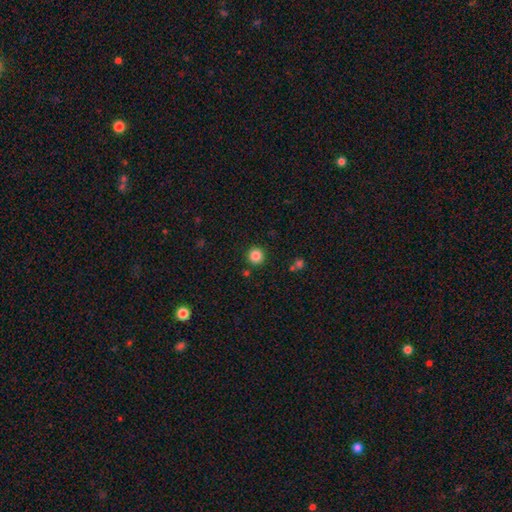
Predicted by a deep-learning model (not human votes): This is clearly a smooth galaxy (86%). How rounded: clearly round (95%). Merging: clearly none (90%).